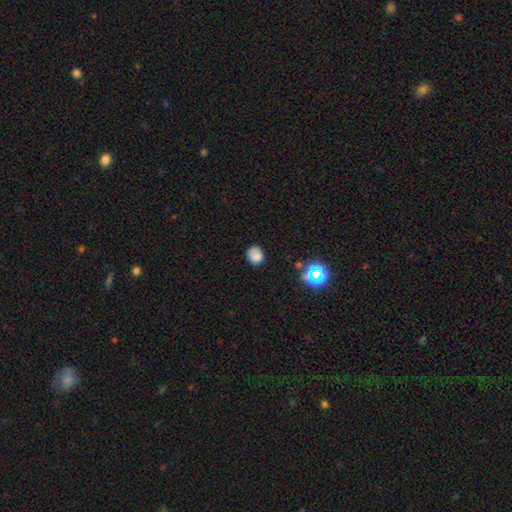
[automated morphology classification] Smooth or featured?
  - smooth: 78% *
  - star or artifact: 15%
  - featured or disk: 7%
How rounded?
  - round: 74% *
  - in between: 26%
  - cigar-shaped: 1%
Merging?
  - none: 76% *
  - minor disturbance: 18%
  - major disturbance: 4%
  - merger: 2%